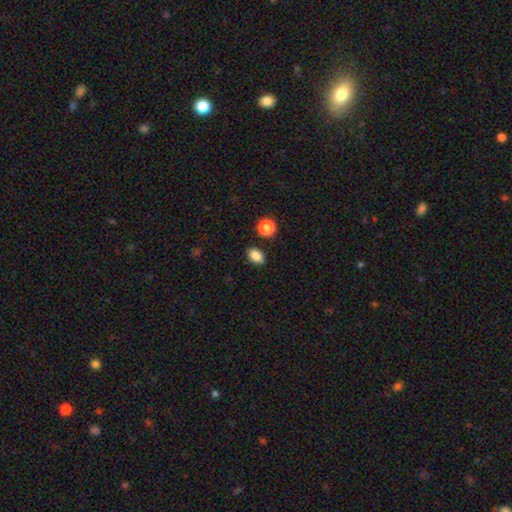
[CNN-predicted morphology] Overall: smooth (86%). How rounded: in between (81%). Merging: none (86%).